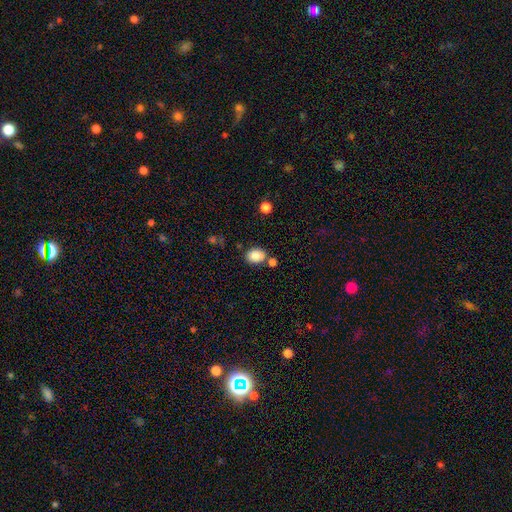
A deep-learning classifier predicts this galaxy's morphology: A smooth galaxy with no disk features (87%) that is in between round and cigar-shaped (66%).

Vote fractions:
- Smooth or featured? smooth: 87% / star or artifact: 8% / featured or disk: 5%
- How rounded? in between: 66% / round: 33% / cigar-shaped: 1%
- Merging? none: 68% / merger: 15% / minor disturbance: 13% / major disturbance: 4%